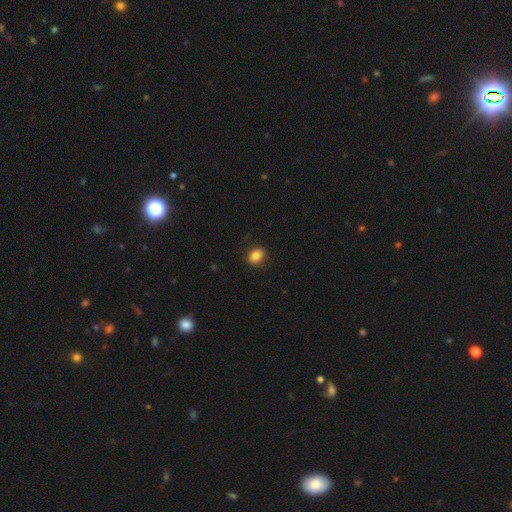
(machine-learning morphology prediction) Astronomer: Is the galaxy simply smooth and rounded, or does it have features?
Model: smooth — 83%.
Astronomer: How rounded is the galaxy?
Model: in between — 55% (runner-up: round, 44%).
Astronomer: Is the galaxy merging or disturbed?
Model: none — 86%.